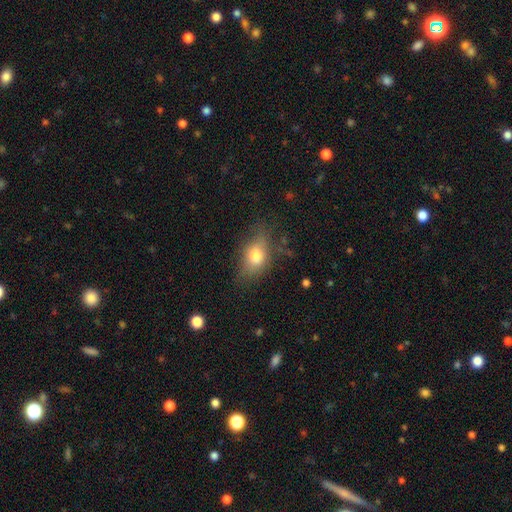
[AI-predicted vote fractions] Smooth or featured? smooth (71%)
How rounded? in between (82%)
Merging? none (59%)